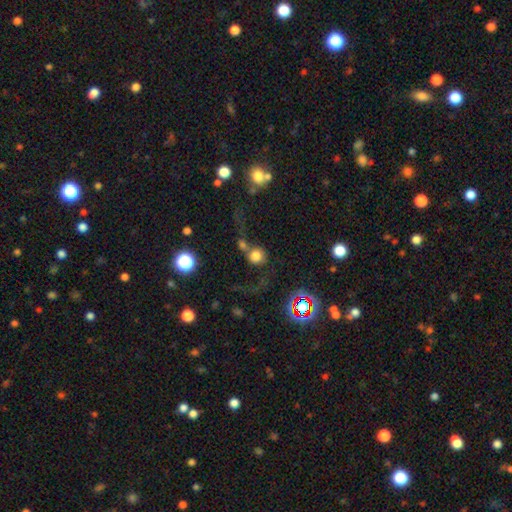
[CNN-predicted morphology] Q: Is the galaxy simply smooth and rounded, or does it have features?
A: smooth — 67%.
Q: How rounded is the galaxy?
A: round — 87%.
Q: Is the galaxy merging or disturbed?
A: merger — 43%.